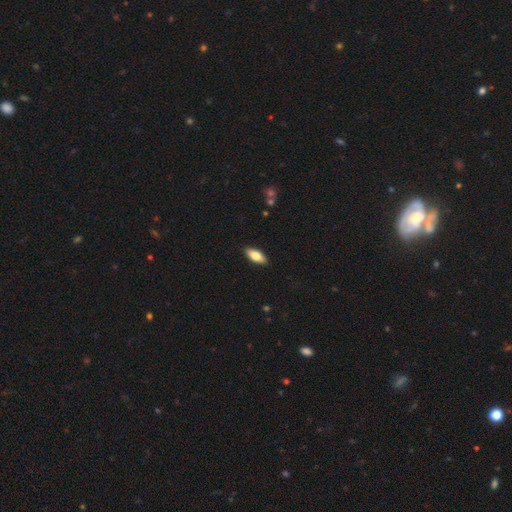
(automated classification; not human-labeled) smooth 77%, featured or disk 16%, star or artifact 6%. Down the decision tree: how rounded — in between (83%); merging — none (89%).